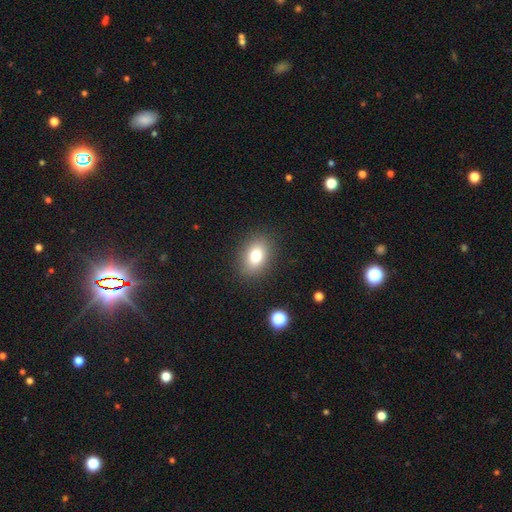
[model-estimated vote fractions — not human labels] Smooth or featured?
  - smooth: 78% *
  - star or artifact: 11%
  - featured or disk: 11%
How rounded?
  - in between: 71% *
  - round: 27%
  - cigar-shaped: 1%
Merging?
  - none: 87% *
  - minor disturbance: 8%
  - major disturbance: 3%
  - merger: 1%